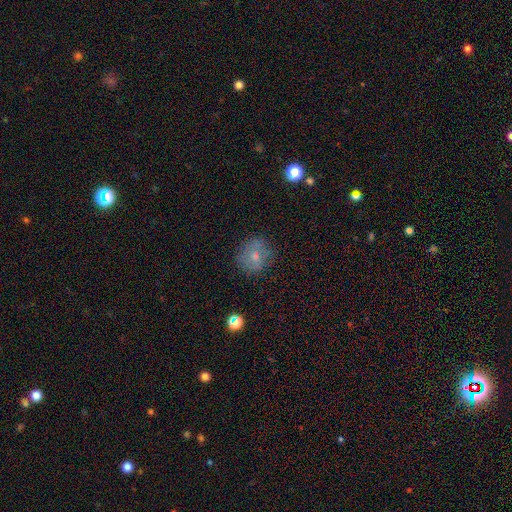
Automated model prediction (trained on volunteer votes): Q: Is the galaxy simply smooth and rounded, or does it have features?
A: smooth — 65%.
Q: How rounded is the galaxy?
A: round — 84%.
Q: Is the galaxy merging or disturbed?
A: none — 78%.